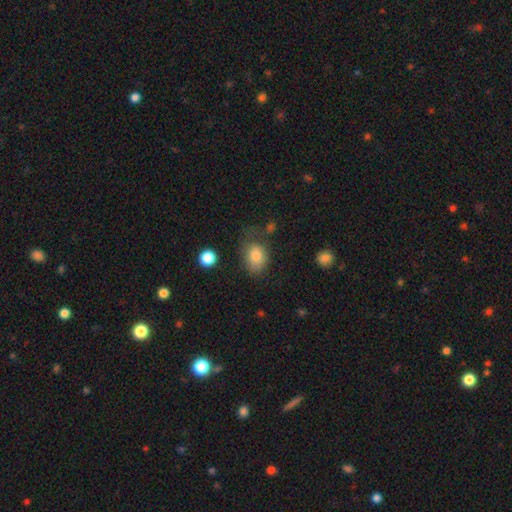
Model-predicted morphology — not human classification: This appears to be a smooth galaxy with no disk features (81%) that is in between round and cigar-shaped (63%). Merging: none (56%).